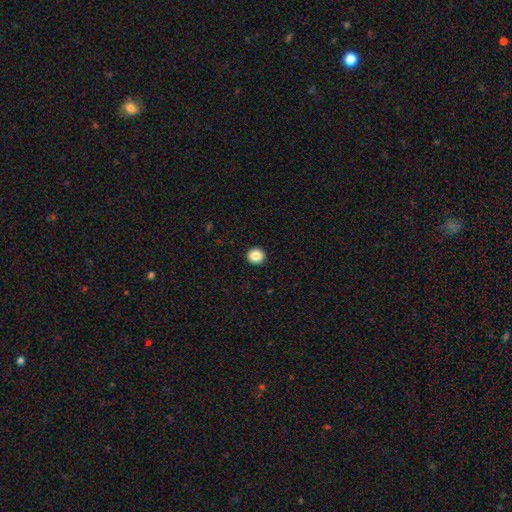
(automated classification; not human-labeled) smooth-or-featured: smooth: 87% | star or artifact: 9% | featured or disk: 4%
  how-rounded: round: 93% | in between: 6% | cigar-shaped: 1%
  merging: none: 94% | minor disturbance: 4% | major disturbance: 1% | merger: 1%